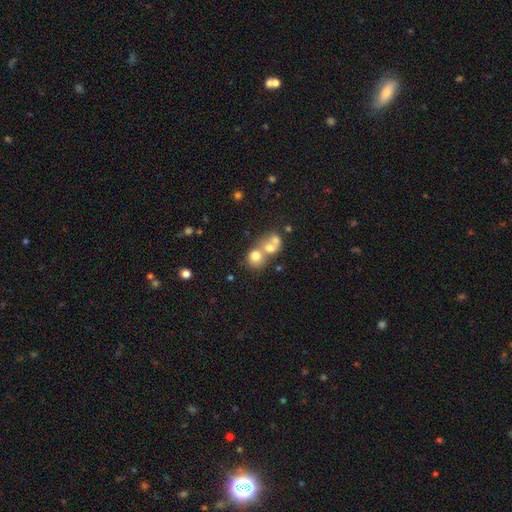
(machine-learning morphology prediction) A smooth galaxy with no disk features (69%) that is round (72%). Merging: merger (64%).